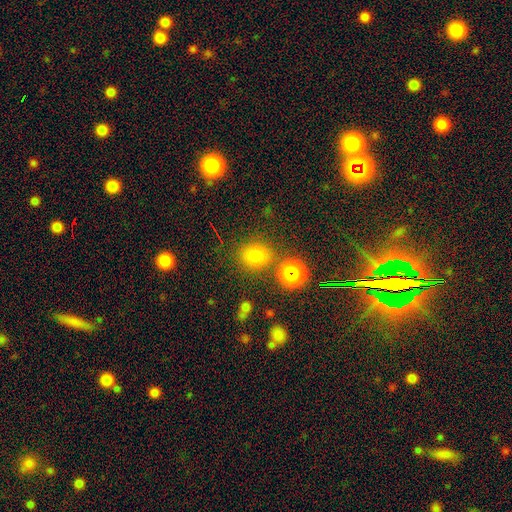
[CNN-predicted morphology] A smooth galaxy with no disk features (73%) that is round (66%).

Vote fractions:
- Smooth or featured? smooth: 73% / star or artifact: 20% / featured or disk: 7%
- How rounded? round: 66% / in between: 33% / cigar-shaped: 1%
- Merging? none: 79% / minor disturbance: 10% / merger: 7% / major disturbance: 4%